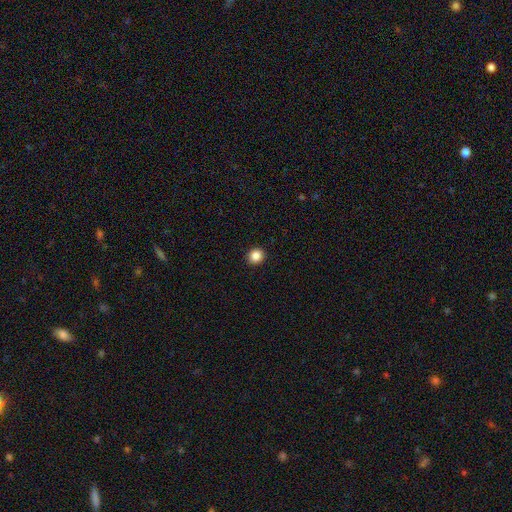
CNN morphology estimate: Smooth or featured?
  - smooth: 86% *
  - star or artifact: 10%
  - featured or disk: 3%
How rounded?
  - round: 89% *
  - in between: 10%
  - cigar-shaped: 1%
Merging?
  - none: 93% *
  - minor disturbance: 4%
  - major disturbance: 2%
  - merger: 1%